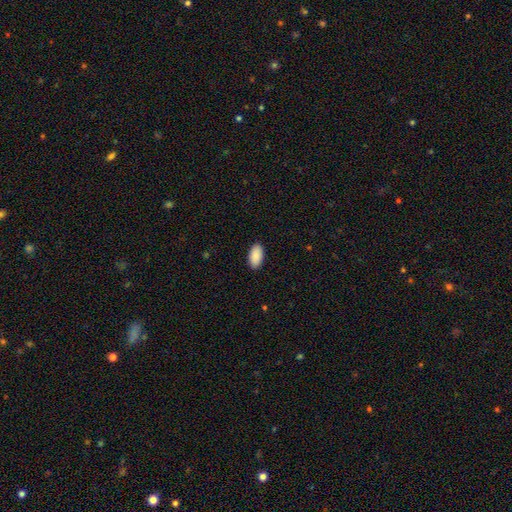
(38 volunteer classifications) smooth-or-featured: smooth: 92% | featured or disk: 5% | star or artifact: 3%
  how-rounded: in between: 94% | round: 3% | cigar-shaped: 3%
  merging: none: 84% | minor disturbance: 8% | major disturbance: 8% | merger: 0%